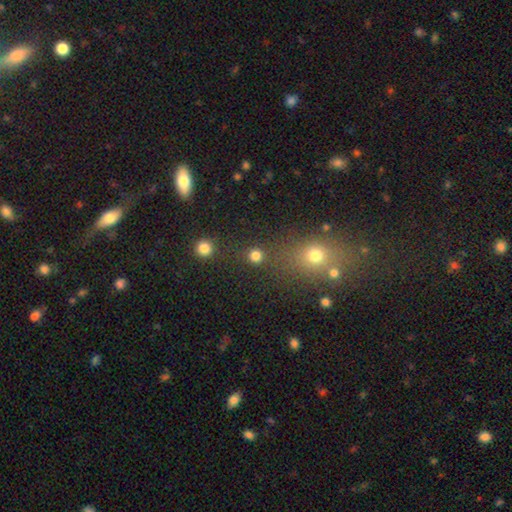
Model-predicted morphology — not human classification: Smooth or featured? Predicted: smooth (p=0.80). How rounded? Predicted: round (p=0.91). Merging? Predicted: none (p=0.83).